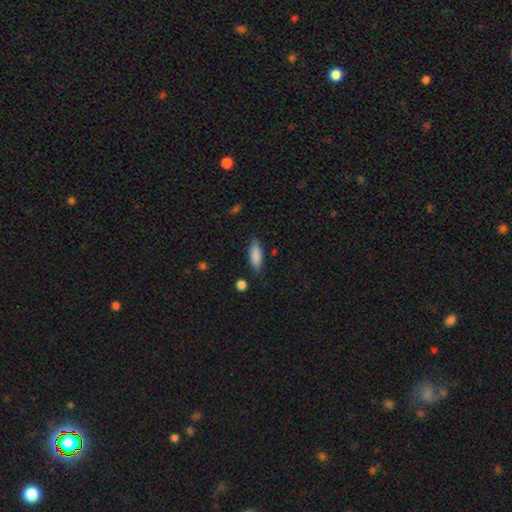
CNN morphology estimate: A smooth galaxy with no disk features (86%) that is in between round and cigar-shaped (61%). Merging: none (80%).